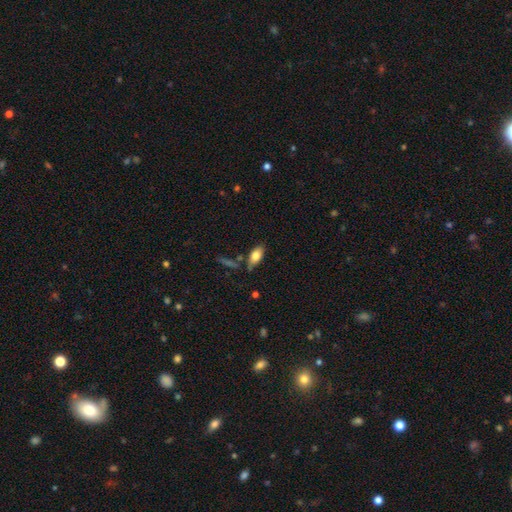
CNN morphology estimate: Overall: smooth (77%). How rounded: in between (88%). Merging: none (68%).